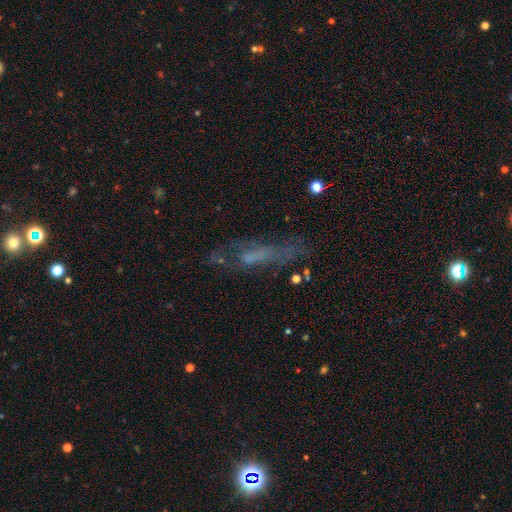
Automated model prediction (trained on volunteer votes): Q: Smooth or featured?
A: featured or disk (48%); runner-up: smooth (36%)
Q: Merging?
A: none (53%); runner-up: major disturbance (21%)